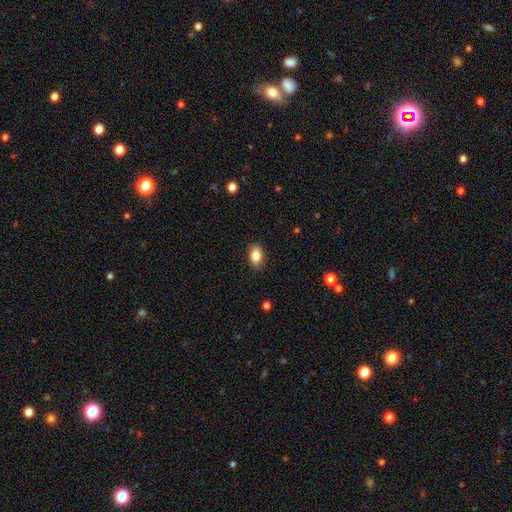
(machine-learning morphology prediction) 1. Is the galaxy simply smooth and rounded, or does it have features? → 85% smooth, 8% star or artifact, 7% featured or disk.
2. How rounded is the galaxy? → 87% in between, 11% round, 2% cigar-shaped.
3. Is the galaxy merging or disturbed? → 88% none, 8% minor disturbance, 2% major disturbance, 1% merger.